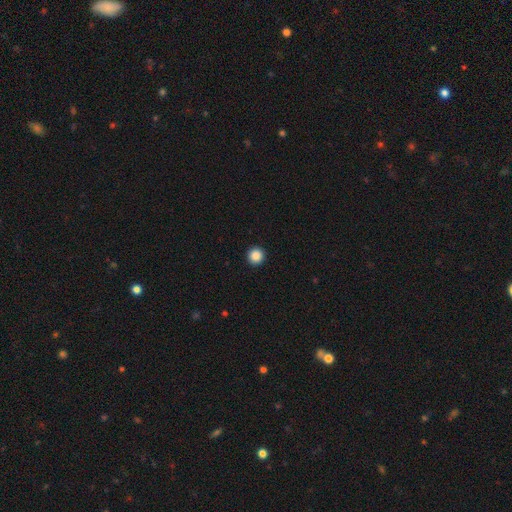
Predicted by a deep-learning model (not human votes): Smooth or featured: smooth — 88% (star or artifact — 10%)
How rounded: round — 96% (in between — 3%)
Merging: none — 94% (minor disturbance — 4%)